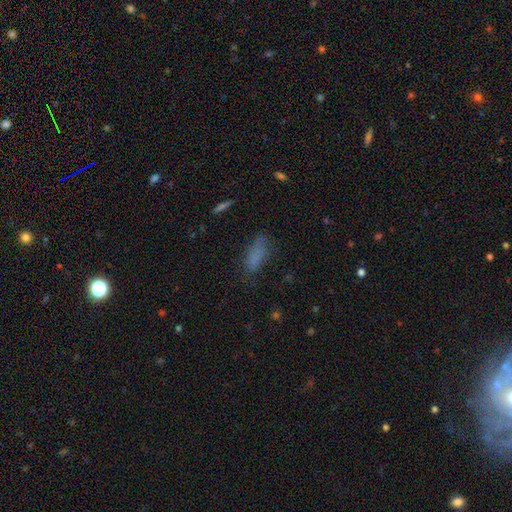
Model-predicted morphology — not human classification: Smooth or featured? smooth (77%)
How rounded? in between (64%)
Merging? none (62%)